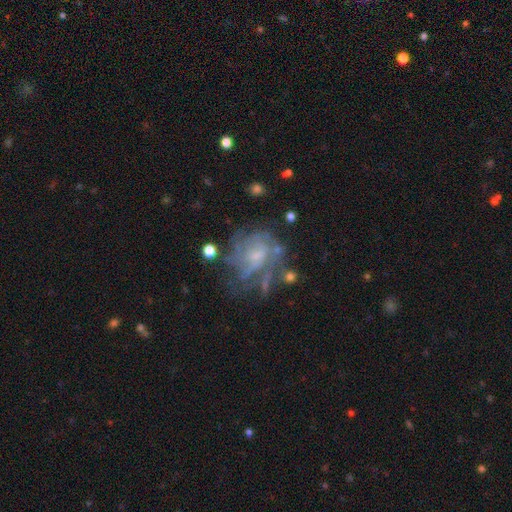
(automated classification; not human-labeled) A featured or disk galaxy (71%) with no bar (60%), spiral arms (70%) and a small central bulge (44%). Merging: none (50%).